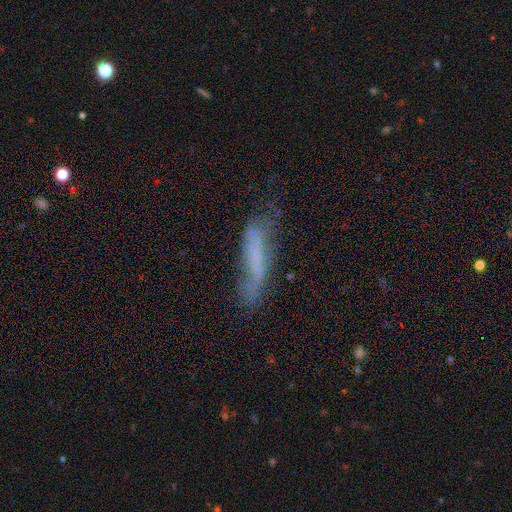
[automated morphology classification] A smooth galaxy with no disk features (45%). Merging: none (48%).